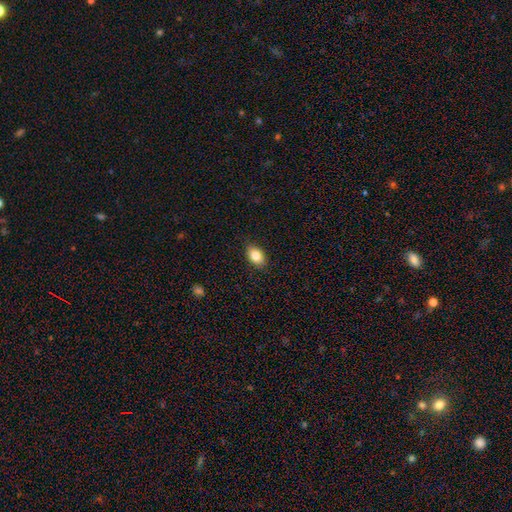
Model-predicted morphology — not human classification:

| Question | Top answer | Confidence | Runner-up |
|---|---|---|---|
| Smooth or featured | smooth | 84% | star or artifact (8%) |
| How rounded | in between | 86% | round (13%) |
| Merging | none | 88% | minor disturbance (9%) |